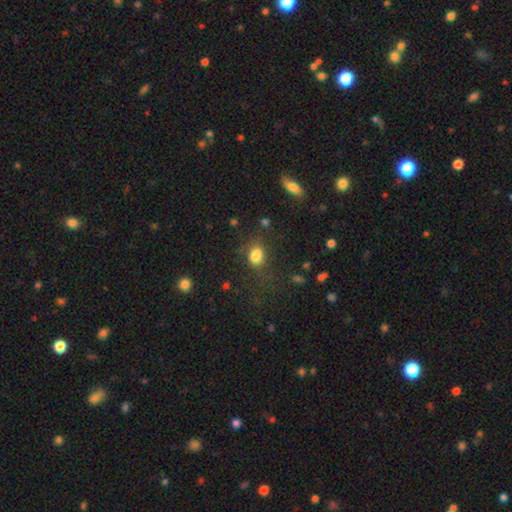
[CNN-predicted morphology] Smooth or featured? Predicted: smooth (p=0.79). How rounded? Predicted: in between (p=0.66). Merging? Predicted: none (p=0.58).